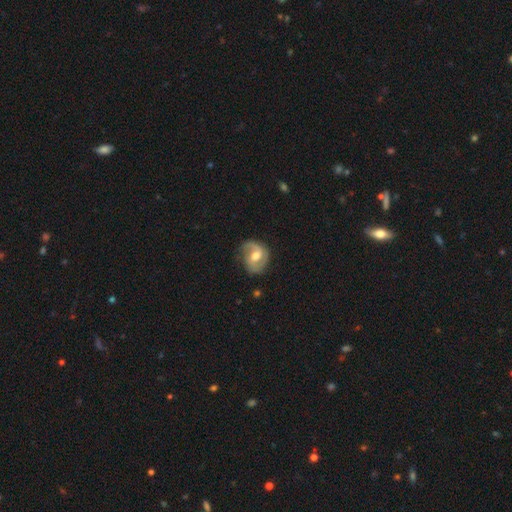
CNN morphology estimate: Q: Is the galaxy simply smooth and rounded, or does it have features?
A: featured or disk — 76%.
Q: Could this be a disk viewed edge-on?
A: no — 97%.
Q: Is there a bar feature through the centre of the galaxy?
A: weak — 50%.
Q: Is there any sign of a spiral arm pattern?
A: yes — 92%.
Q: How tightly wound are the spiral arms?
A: medium — 48%.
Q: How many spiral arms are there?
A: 2 — 79%.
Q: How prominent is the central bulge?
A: moderate — 72%.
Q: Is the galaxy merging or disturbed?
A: none — 70%.